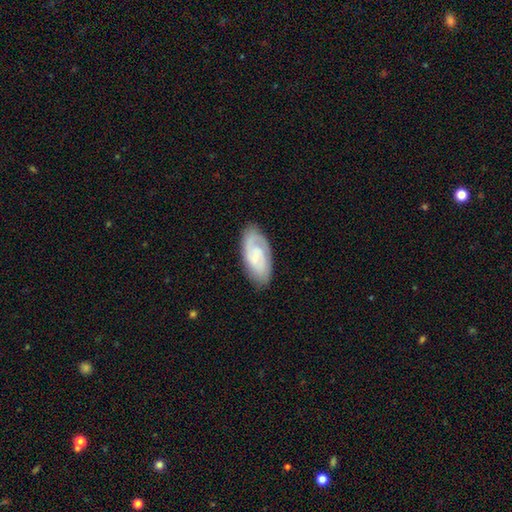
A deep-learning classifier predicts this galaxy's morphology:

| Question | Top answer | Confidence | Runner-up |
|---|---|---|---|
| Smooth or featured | featured or disk | 66% | smooth (28%) |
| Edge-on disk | no | 95% | yes (5%) |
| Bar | no | 53% | weak (39%) |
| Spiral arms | yes | 92% | no (8%) |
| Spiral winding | tight | 51% | medium (37%) |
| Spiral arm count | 2 | 53% | can't tell (23%) |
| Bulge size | small | 63% | moderate (19%) |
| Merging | none | 78% | minor disturbance (16%) |